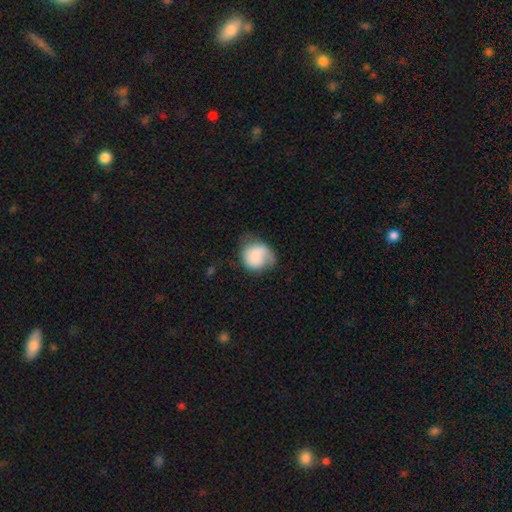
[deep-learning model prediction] The model was most divided on "merging": none: 45%, minor disturbance: 34%, major disturbance: 19%, merger: 3%. More confident: how rounded — round (73%); smooth or featured — smooth (71%).